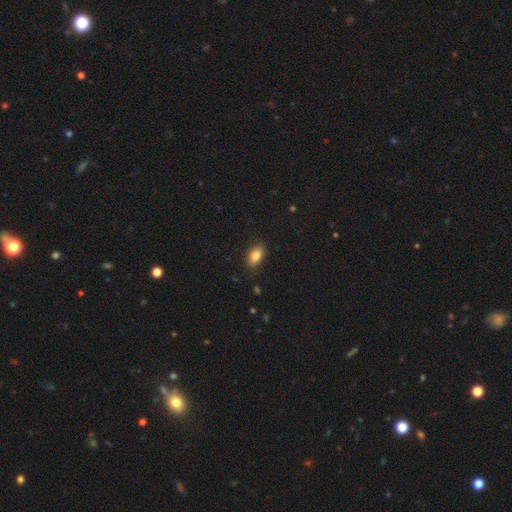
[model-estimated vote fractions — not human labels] Q: Smooth or featured?
A: smooth (85%); runner-up: star or artifact (8%)
Q: How rounded?
A: in between (90%); runner-up: round (6%)
Q: Merging?
A: none (85%); runner-up: minor disturbance (11%)